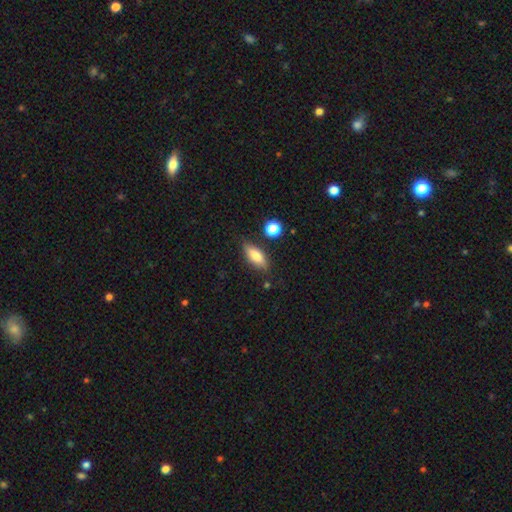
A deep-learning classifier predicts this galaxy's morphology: Smooth or featured? smooth (75%)
How rounded? in between (72%)
Merging? none (78%)